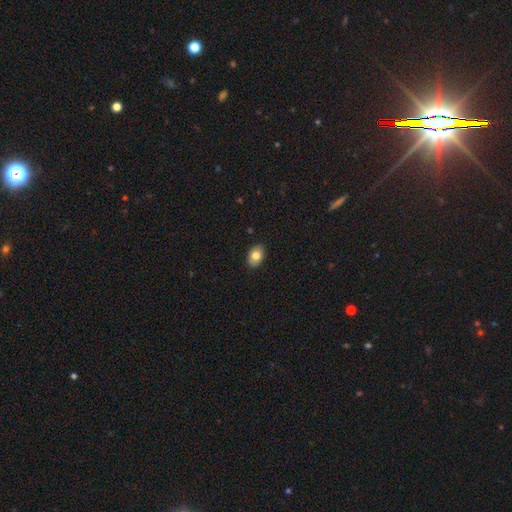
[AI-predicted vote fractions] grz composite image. It shows a smooth galaxy with no disk features (79%) that is in between round and cigar-shaped (84%). Merging: none (88%).